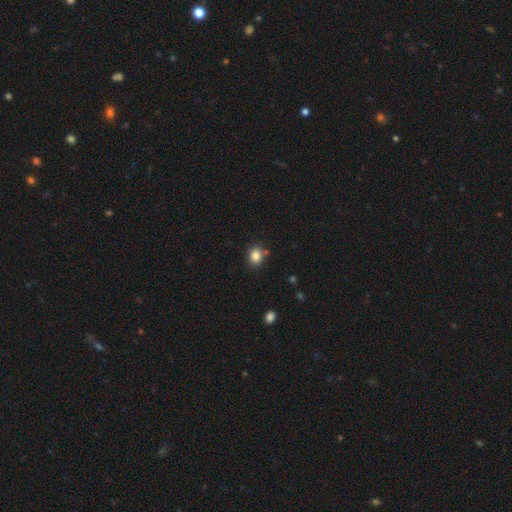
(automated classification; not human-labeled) smooth-or-featured: smooth: 84% | star or artifact: 11% | featured or disk: 5%
  how-rounded: round: 74% | in between: 25% | cigar-shaped: 1%
  merging: none: 80% | minor disturbance: 11% | merger: 6% | major disturbance: 3%